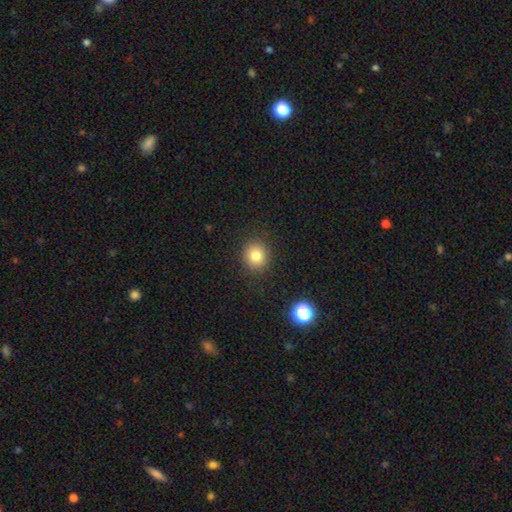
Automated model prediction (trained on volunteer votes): Smooth or featured? smooth (81%)
How rounded? round (85%)
Merging? none (90%)